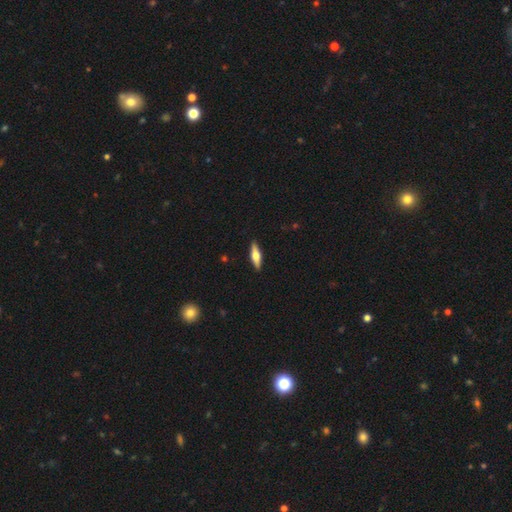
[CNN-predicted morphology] Smooth or featured? Predicted: featured or disk (p=0.51). Edge-on disk? Predicted: yes (p=0.94). Merging? Predicted: none (p=0.91).